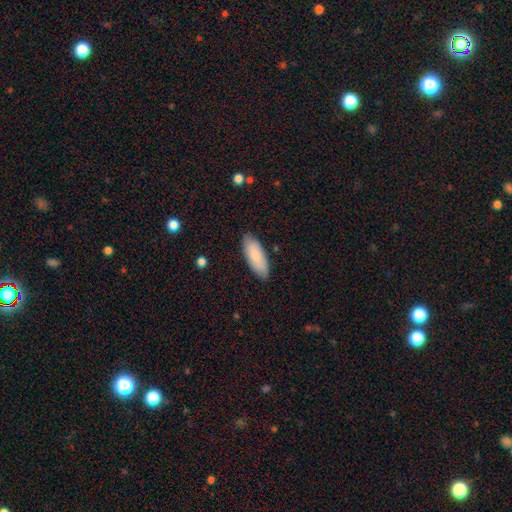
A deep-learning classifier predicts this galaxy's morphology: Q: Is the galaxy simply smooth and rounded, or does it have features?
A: smooth — 84%.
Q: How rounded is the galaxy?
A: in between — 75%.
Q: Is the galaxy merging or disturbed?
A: none — 86%.